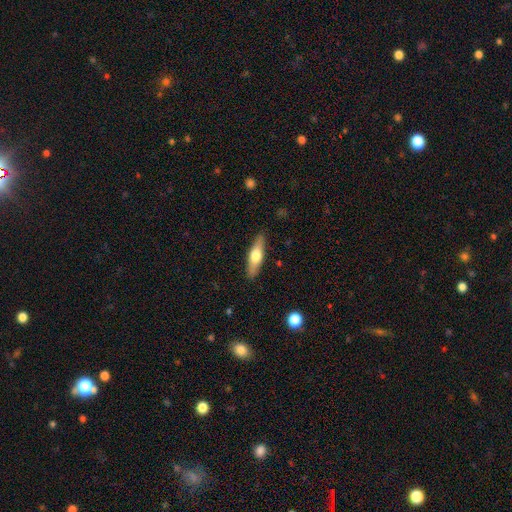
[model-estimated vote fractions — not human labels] This is possibly a smooth galaxy (52%). How rounded: likely cigar-shaped (61%). Merging: clearly none (89%).